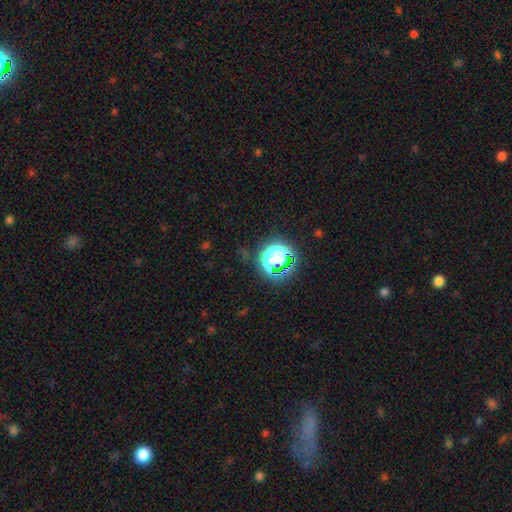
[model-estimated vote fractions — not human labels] Q: Smooth or featured?
A: star or artifact (76%); runner-up: smooth (18%)